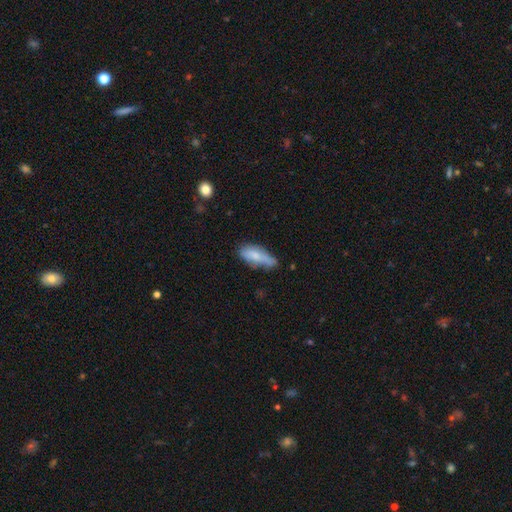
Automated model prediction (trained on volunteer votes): The model was most divided on "merging": none: 44%, minor disturbance: 38%, major disturbance: 12%, merger: 6%. More confident: smooth or featured — smooth (75%); how rounded — in between (69%).